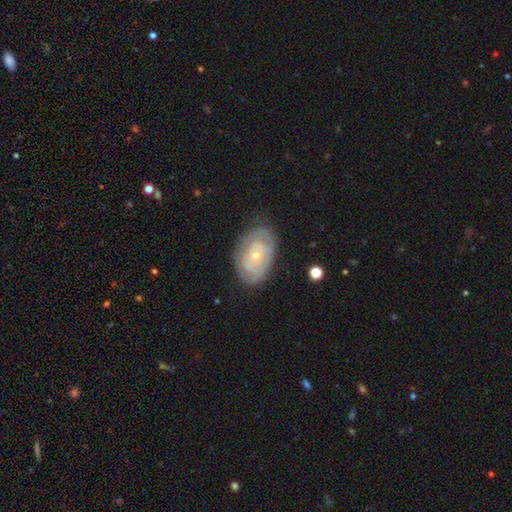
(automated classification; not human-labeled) A featured or disk galaxy (68%) with no bar (81%), spiral arms (75%) and a small central bulge (79%).

Vote fractions:
- Smooth or featured? featured or disk: 68% / smooth: 25% / star or artifact: 7%
- Edge-on disk? no: 95% / yes: 5%
- Bar? no: 81% / weak: 16% / strong: 3%
- Spiral arms? yes: 75% / no: 25%
- Bulge size? small: 79% / moderate: 17% / none: 2% / large: 1% / dominant: 1%
- Merging? none: 72% / minor disturbance: 19% / major disturbance: 7% / merger: 1%